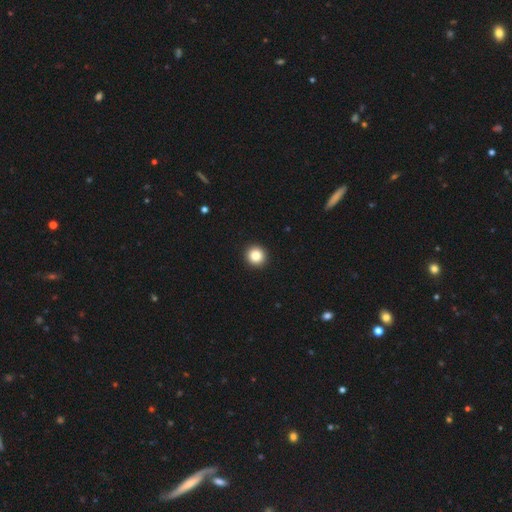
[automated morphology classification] Q: Smooth or featured?
A: smooth (86%); runner-up: star or artifact (10%)
Q: How rounded?
A: round (95%); runner-up: in between (4%)
Q: Merging?
A: none (94%); runner-up: minor disturbance (4%)